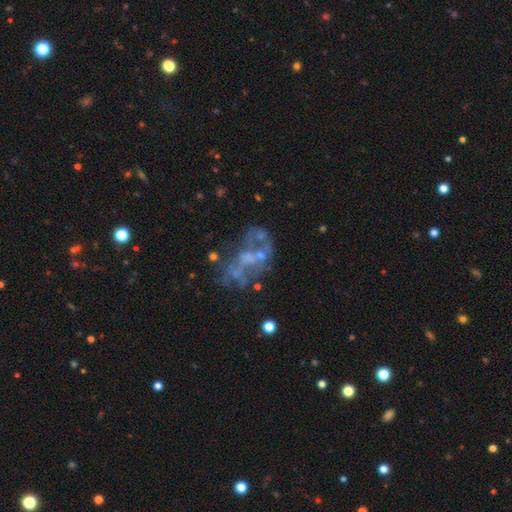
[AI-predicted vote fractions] Smooth or featured? featured or disk (67%)
Edge-on disk? no (97%)
Bar? no (80%)
Spiral arms? no (82%)
Bulge size? none (56%)
Merging? none (41%)